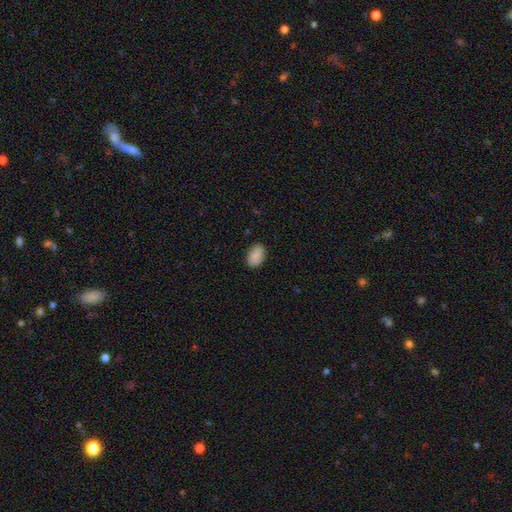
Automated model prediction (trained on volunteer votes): This is clearly a smooth galaxy (88%). How rounded: clearly in between (90%). Merging: clearly none (86%).